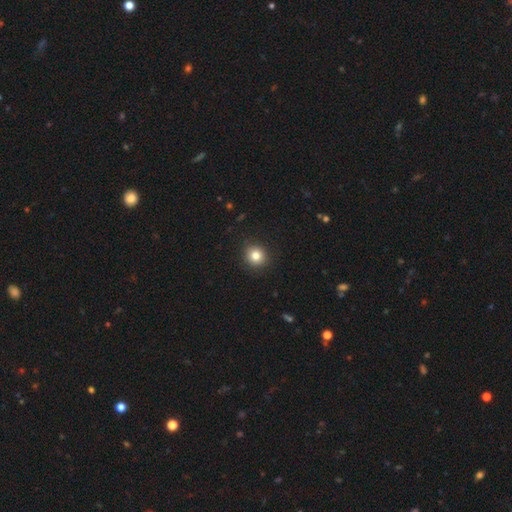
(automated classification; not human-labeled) A smooth galaxy with no disk features (81%) that is round (91%).

Vote fractions:
- Smooth or featured? smooth: 81% / star or artifact: 11% / featured or disk: 8%
- How rounded? round: 91% / in between: 8% / cigar-shaped: 1%
- Merging? none: 90% / minor disturbance: 7% / major disturbance: 2% / merger: 1%